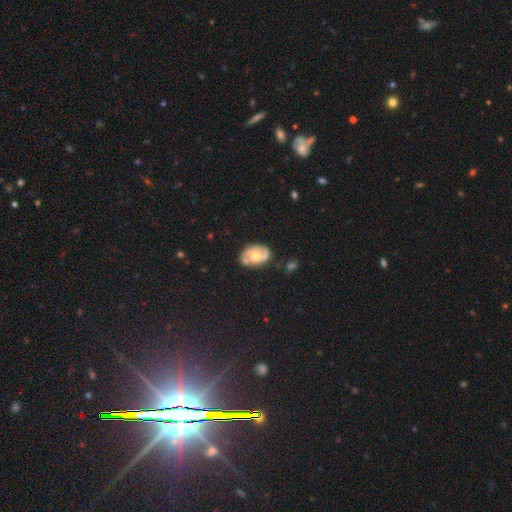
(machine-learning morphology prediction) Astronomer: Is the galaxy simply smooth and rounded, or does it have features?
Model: featured or disk — 66%.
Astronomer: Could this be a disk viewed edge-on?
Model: no — 96%.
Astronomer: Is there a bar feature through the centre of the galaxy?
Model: no — 66%.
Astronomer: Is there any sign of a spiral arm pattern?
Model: yes — 79%.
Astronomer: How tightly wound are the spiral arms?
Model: medium — 45% (runner-up: tight, 33%).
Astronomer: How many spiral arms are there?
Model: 2 — 74%.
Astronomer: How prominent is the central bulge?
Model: moderate — 64%.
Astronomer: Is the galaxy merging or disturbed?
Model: none — 60%.